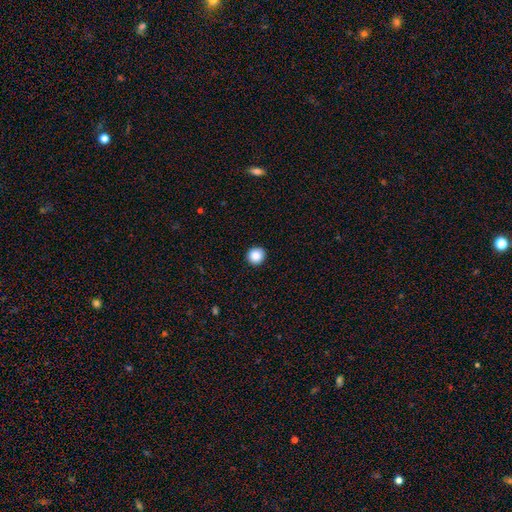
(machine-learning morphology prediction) Smooth or featured? smooth (87%)
How rounded? round (94%)
Merging? none (93%)